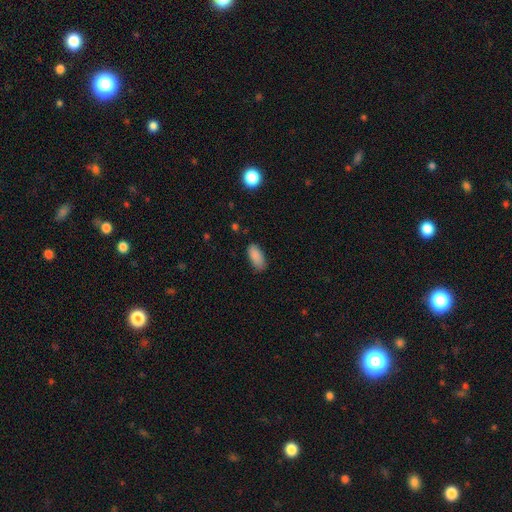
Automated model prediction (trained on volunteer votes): A smooth galaxy with no disk features (89%) that is in between round and cigar-shaped (89%).

Vote fractions:
- Smooth or featured? smooth: 89% / star or artifact: 7% / featured or disk: 4%
- How rounded? in between: 89% / cigar-shaped: 9% / round: 2%
- Merging? none: 82% / minor disturbance: 15% / major disturbance: 3% / merger: 1%